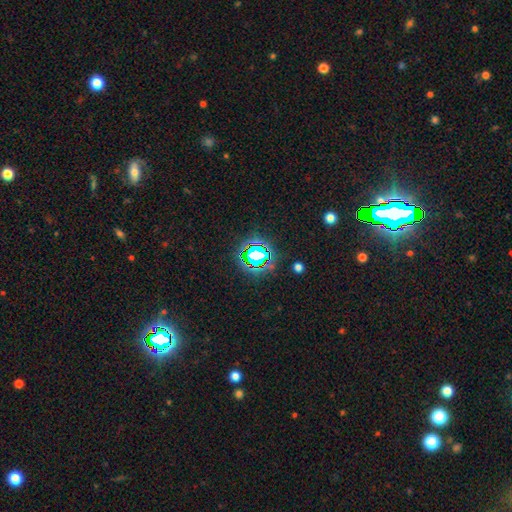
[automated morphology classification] Smooth or featured?
  - star or artifact: 70% *
  - smooth: 18%
  - featured or disk: 12%